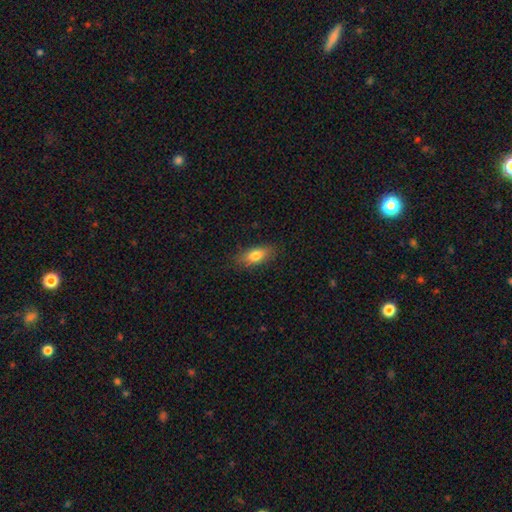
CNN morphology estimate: The model was most divided on "how rounded": in between: 78%, cigar-shaped: 18%, round: 4%. More confident: merging — none (82%); smooth or featured — smooth (78%).